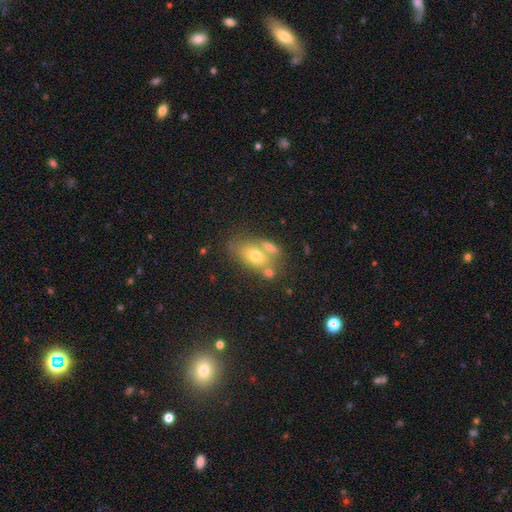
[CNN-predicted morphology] Smooth or featured? Predicted: smooth (p=0.64). How rounded? Predicted: in between (p=0.81). Merging? Predicted: none (p=0.45).